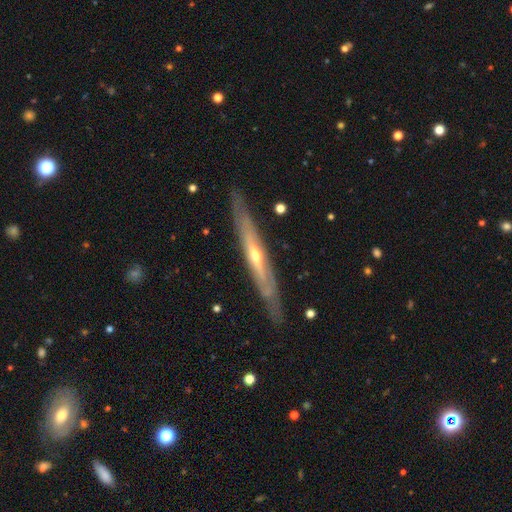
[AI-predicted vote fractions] Smooth or featured?
  - featured or disk: 76% *
  - smooth: 19%
  - star or artifact: 5%
Edge-on disk?
  - yes: 79% *
  - no: 21%
Edge-on bulge?
  - rounded: 70% *
  - none: 27%
  - boxy: 3%
Merging?
  - none: 82% *
  - minor disturbance: 13%
  - major disturbance: 3%
  - merger: 1%